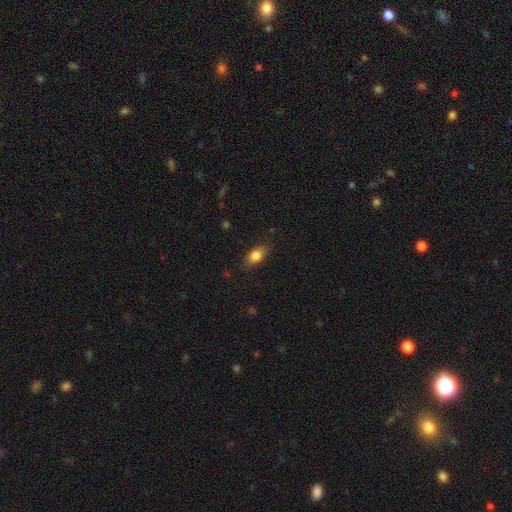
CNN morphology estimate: smooth 82%, featured or disk 10%, star or artifact 8%. Down the decision tree: how rounded — in between (85%); merging — none (82%).